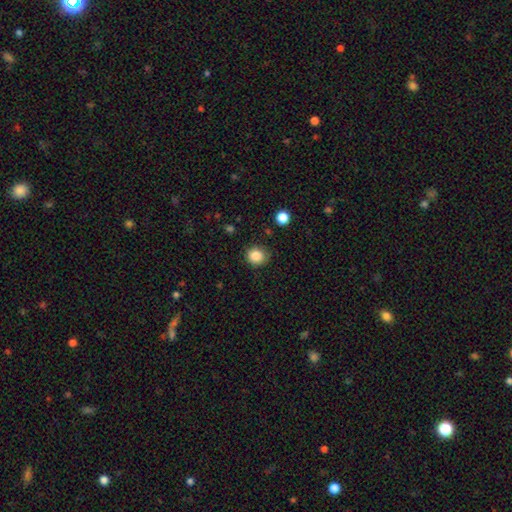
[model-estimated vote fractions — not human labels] Smooth or featured: smooth — 85% (star or artifact — 11%)
How rounded: round — 83% (in between — 16%)
Merging: none — 84% (minor disturbance — 12%)